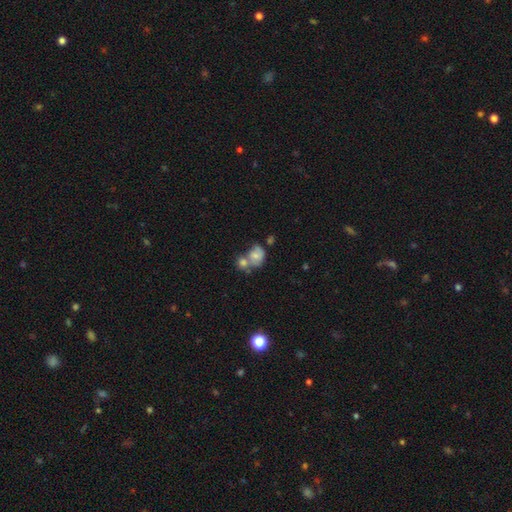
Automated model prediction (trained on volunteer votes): Morphology: type=smooth (61%); roundness=round (53%); merging=merger (55%).